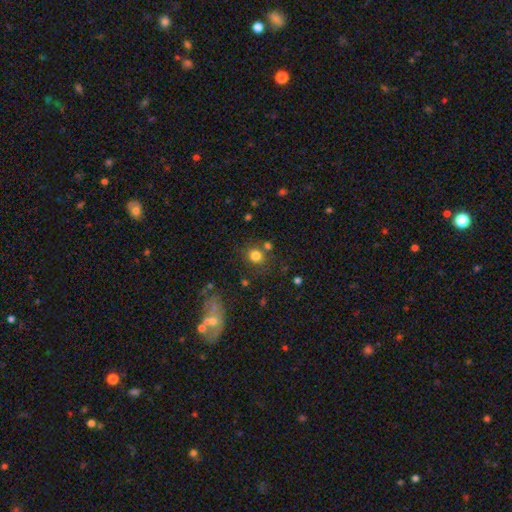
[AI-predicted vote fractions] Smooth or featured?
  - smooth: 80% *
  - star or artifact: 13%
  - featured or disk: 7%
How rounded?
  - round: 83% *
  - in between: 16%
  - cigar-shaped: 1%
Merging?
  - none: 75% *
  - minor disturbance: 11%
  - merger: 10%
  - major disturbance: 4%